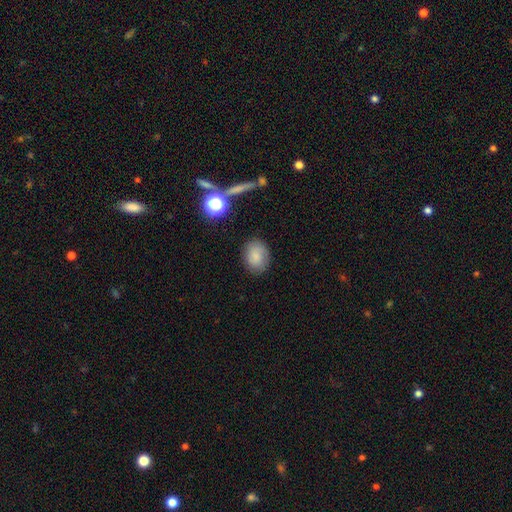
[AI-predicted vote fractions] Smooth or featured? Predicted: smooth (p=0.81). How rounded? Predicted: in between (p=0.53). Merging? Predicted: none (p=0.82).